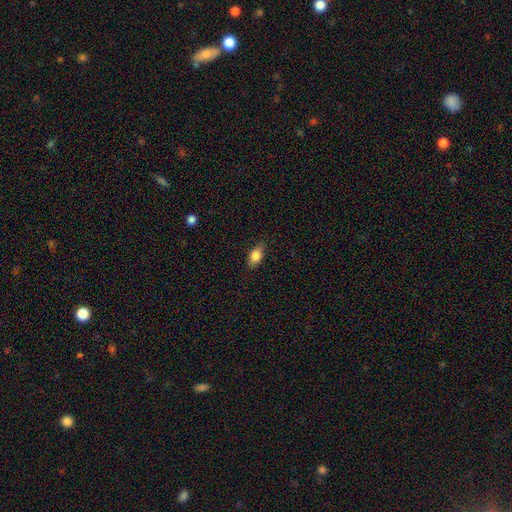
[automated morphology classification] Overall: smooth (81%). How rounded: in between (86%). Merging: none (83%).